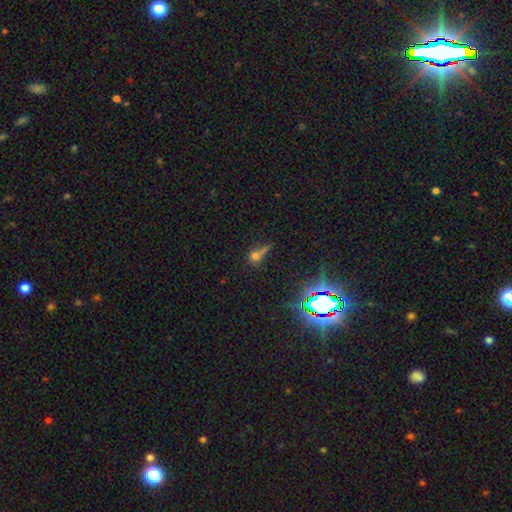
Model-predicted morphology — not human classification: The model was most divided on "smooth or featured": smooth: 51%, star or artifact: 32%, featured or disk: 17%. Remaining: how rounded — round (60%); merging — none (43%).